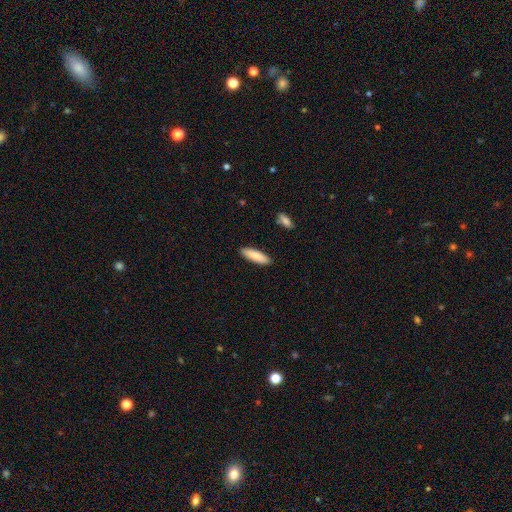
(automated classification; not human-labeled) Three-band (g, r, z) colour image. It shows a smooth galaxy with no disk features (86%) that is cigar-shaped (60%). Merging: none (90%).